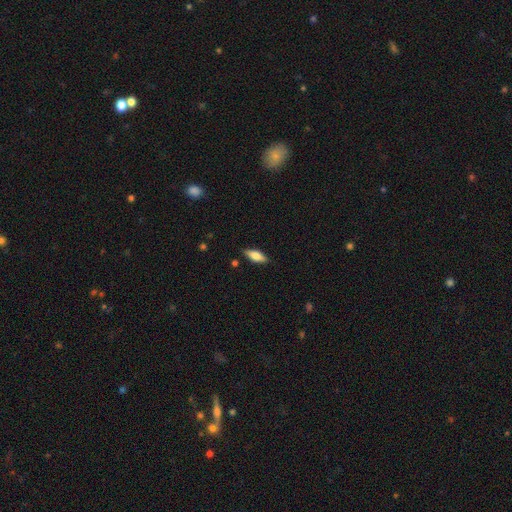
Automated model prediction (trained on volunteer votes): Overall: smooth (69%). How rounded: in between (68%; cigar-shaped 29%). Merging: none (85%).